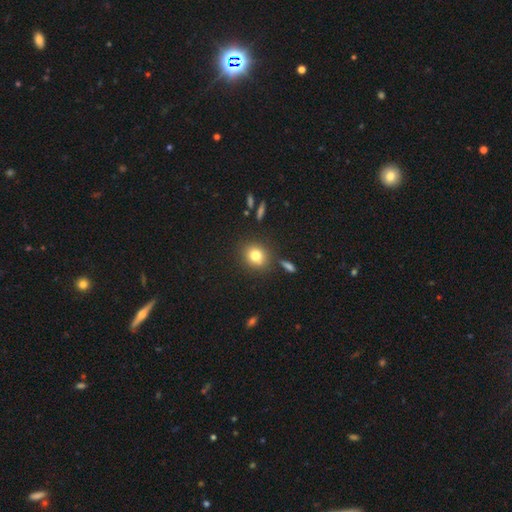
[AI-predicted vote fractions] Smooth or featured?
  - smooth: 79% *
  - star or artifact: 12%
  - featured or disk: 9%
How rounded?
  - round: 68% *
  - in between: 31%
  - cigar-shaped: 1%
Merging?
  - none: 83% *
  - minor disturbance: 10%
  - merger: 5%
  - major disturbance: 3%